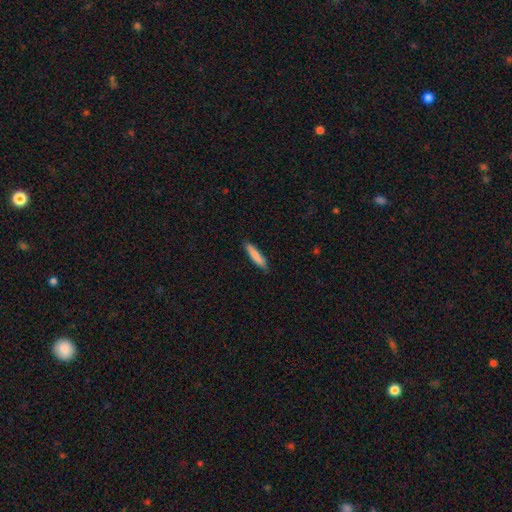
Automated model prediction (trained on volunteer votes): smooth_or_featured: smooth (p=0.84) [alt: featured or disk p=0.10]
how_rounded: cigar-shaped (p=0.87) [alt: in between p=0.11]
merging: none (p=0.88) [alt: minor disturbance p=0.10]